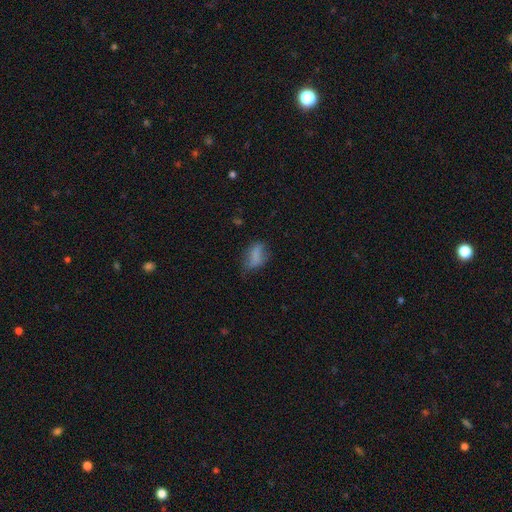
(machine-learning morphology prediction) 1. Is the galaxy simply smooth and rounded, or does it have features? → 72% smooth, 18% featured or disk, 10% star or artifact.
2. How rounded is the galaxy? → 84% in between, 10% round, 6% cigar-shaped.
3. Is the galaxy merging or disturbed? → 49% none, 33% minor disturbance, 14% major disturbance, 3% merger.